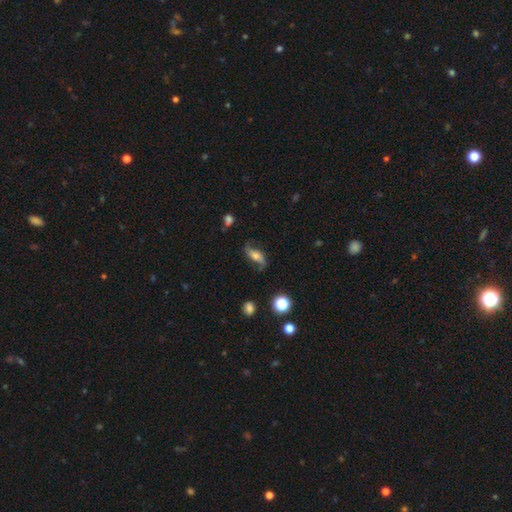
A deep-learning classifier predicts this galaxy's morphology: This appears to be a featured or disk galaxy (72%) with no bar (52%), 2 (92%) loose (82%) spiral arms (92%) and a moderate central bulge (50%). Merging: none (71%).